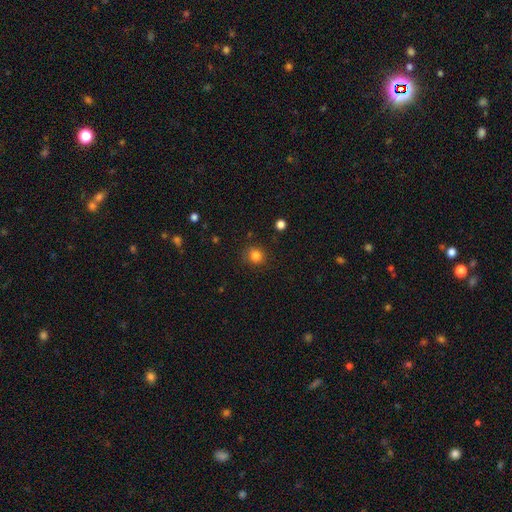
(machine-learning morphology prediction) Smooth or featured?
  - smooth: 83% *
  - star or artifact: 12%
  - featured or disk: 5%
How rounded?
  - round: 83% *
  - in between: 16%
  - cigar-shaped: 1%
Merging?
  - none: 83% *
  - minor disturbance: 12%
  - major disturbance: 3%
  - merger: 2%